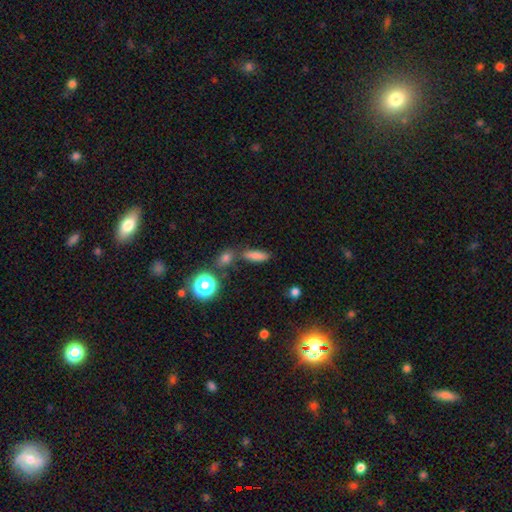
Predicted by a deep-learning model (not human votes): Overall: smooth (78%). How rounded: cigar-shaped (47%; in between 46%). Merging: none (71%).